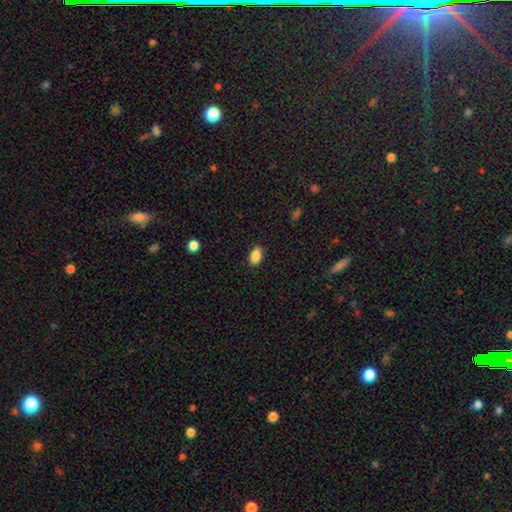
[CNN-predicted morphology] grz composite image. It shows a smooth galaxy with no disk features (88%) that is in between round and cigar-shaped (90%). Merging: none (88%).